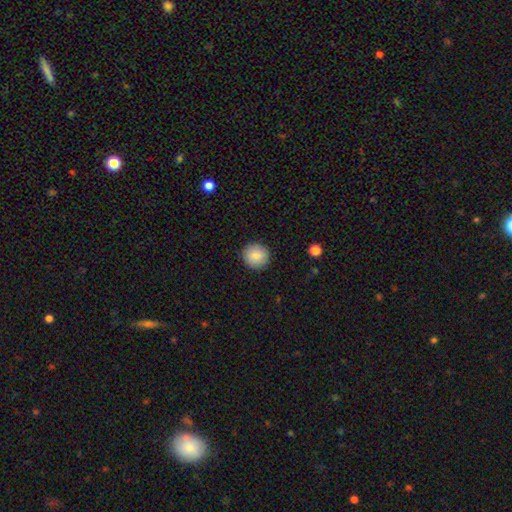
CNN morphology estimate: A smooth galaxy with no disk features (86%) that is round (93%).

Vote fractions:
- Smooth or featured? smooth: 86% / star or artifact: 7% / featured or disk: 6%
- How rounded? round: 93% / in between: 6% / cigar-shaped: 1%
- Merging? none: 91% / minor disturbance: 6% / major disturbance: 2% / merger: 1%